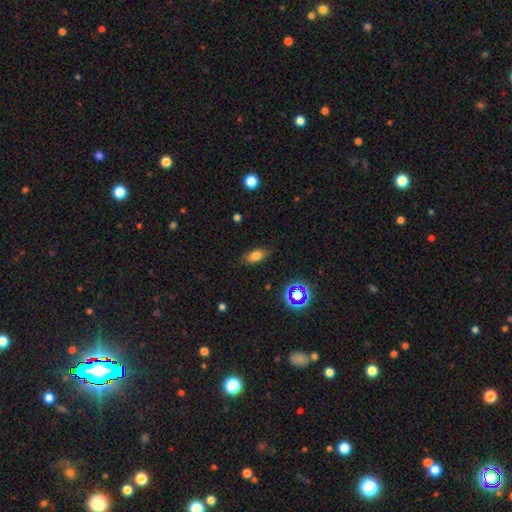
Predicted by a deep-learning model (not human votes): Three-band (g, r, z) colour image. It shows a smooth galaxy with no disk features (75%) that is in between round and cigar-shaped (84%). Merging: none (84%).